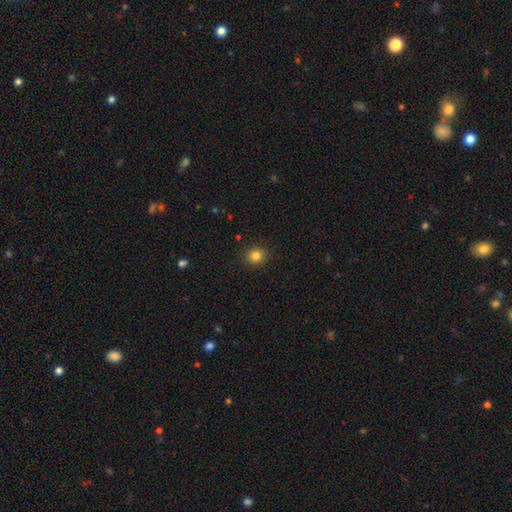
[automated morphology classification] A smooth galaxy with no disk features (83%) that is round (85%). Merging: none (90%).